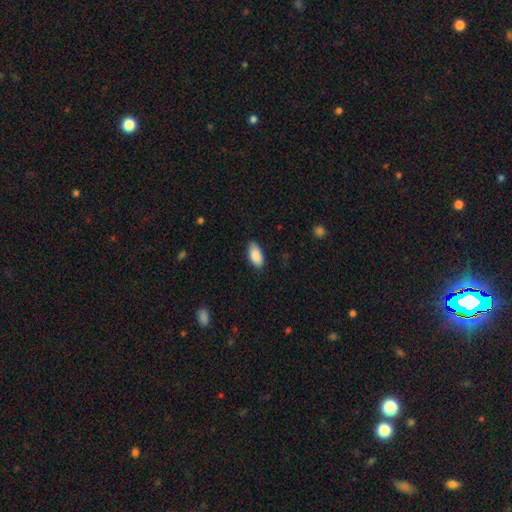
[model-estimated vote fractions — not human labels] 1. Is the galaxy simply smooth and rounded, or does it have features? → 88% smooth, 6% star or artifact, 6% featured or disk.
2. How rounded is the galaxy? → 93% in between, 5% cigar-shaped, 2% round.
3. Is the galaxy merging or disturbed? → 80% none, 16% minor disturbance, 3% major disturbance, 1% merger.